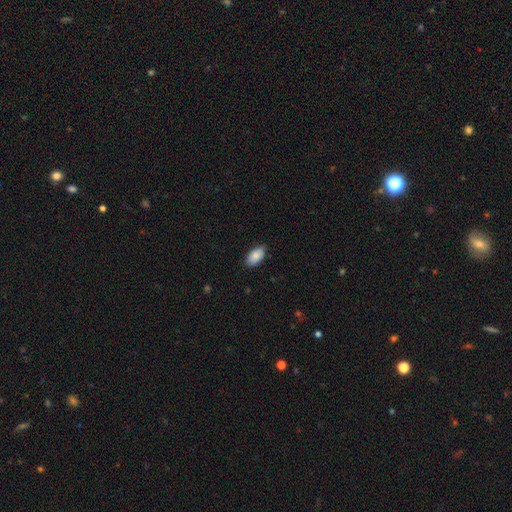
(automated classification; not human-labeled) Smooth or featured? smooth (88%)
How rounded? in between (95%)
Merging? none (85%)